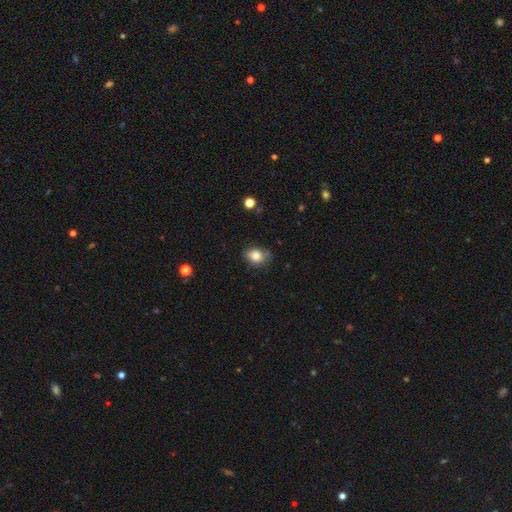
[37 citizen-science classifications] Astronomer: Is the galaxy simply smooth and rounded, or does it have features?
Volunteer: smooth — 92%.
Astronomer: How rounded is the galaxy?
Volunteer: in between — 59% (runner-up: round, 41%).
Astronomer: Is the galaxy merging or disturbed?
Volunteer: none — 75%.